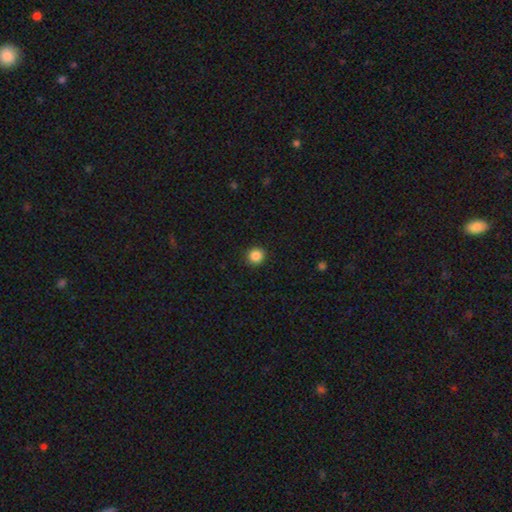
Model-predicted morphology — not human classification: smooth 87%, star or artifact 10%, featured or disk 3%. Down the decision tree: how rounded — round (91%); merging — none (91%).